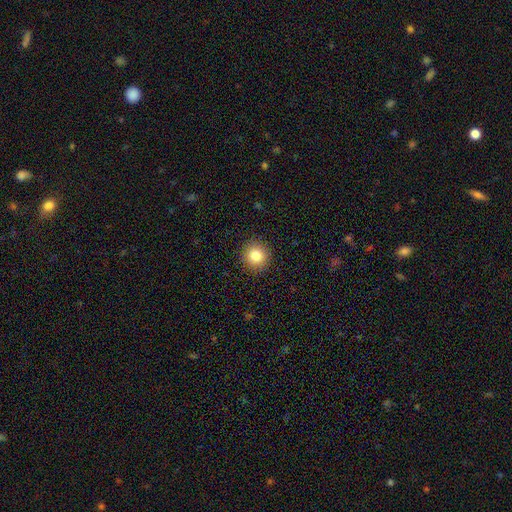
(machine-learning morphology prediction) The model was most divided on "smooth or featured": smooth: 84%, star or artifact: 10%, featured or disk: 6%. More confident: how rounded — round (93%); merging — none (92%).